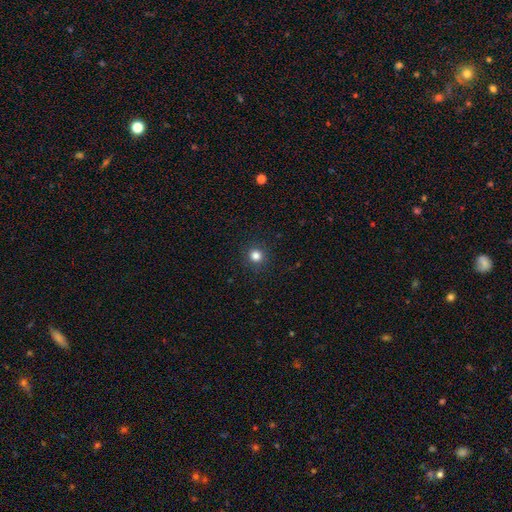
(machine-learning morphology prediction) This is clearly a smooth galaxy (82%). How rounded: clearly round (92%). Merging: clearly none (91%).